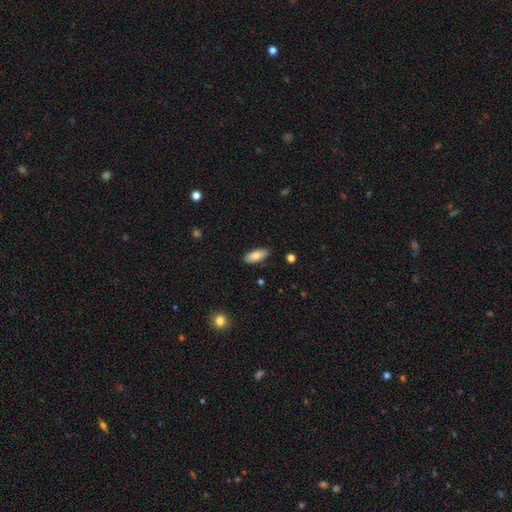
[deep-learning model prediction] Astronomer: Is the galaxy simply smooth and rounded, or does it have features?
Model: smooth — 78%.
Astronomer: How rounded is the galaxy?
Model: in between — 81%.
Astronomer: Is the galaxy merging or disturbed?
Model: none — 85%.